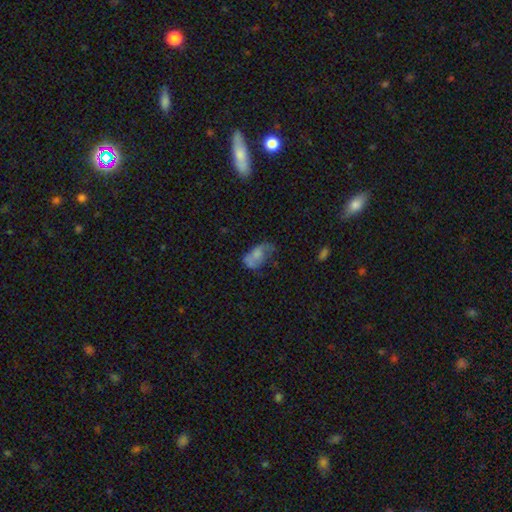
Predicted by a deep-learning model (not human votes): Smooth or featured? Predicted: smooth (p=0.58). How rounded? Predicted: in between (p=0.89). Merging? Predicted: none (p=0.31).